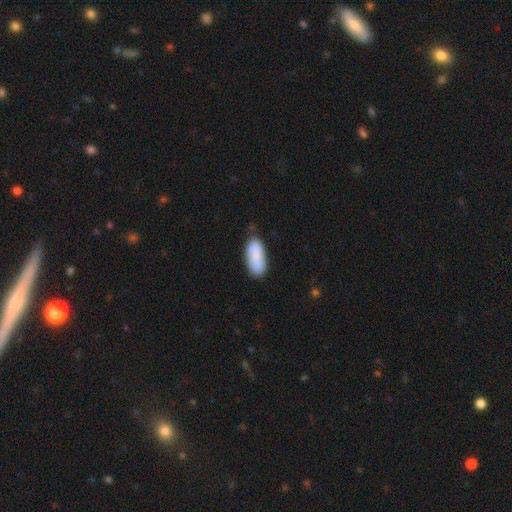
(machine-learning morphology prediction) smooth_or_featured: smooth (p=0.86) [alt: featured or disk p=0.08]
how_rounded: in between (p=0.81) [alt: cigar-shaped p=0.17]
merging: none (p=0.72) [alt: minor disturbance p=0.21]